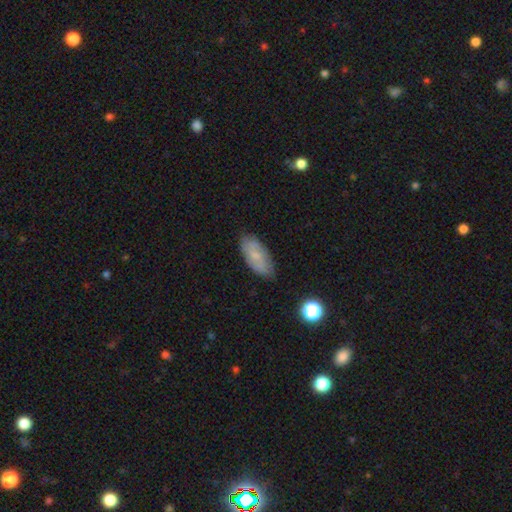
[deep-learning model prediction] Q: Smooth or featured?
A: smooth (57%); runner-up: featured or disk (35%)
Q: How rounded?
A: in between (87%); runner-up: cigar-shaped (10%)
Q: Merging?
A: none (80%); runner-up: minor disturbance (16%)